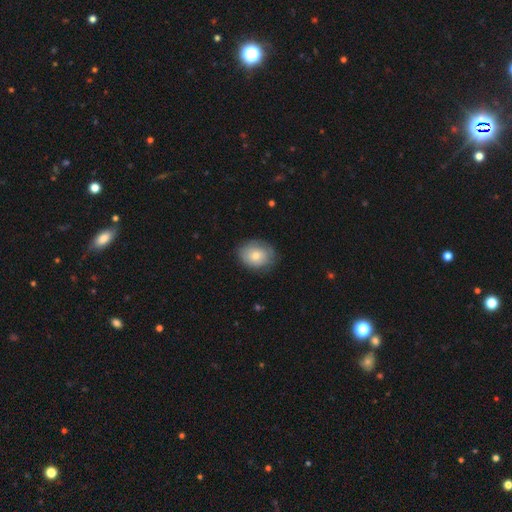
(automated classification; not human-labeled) This appears to be a smooth galaxy with no disk features (73%) that is in between round and cigar-shaped (54%). Merging: none (80%).